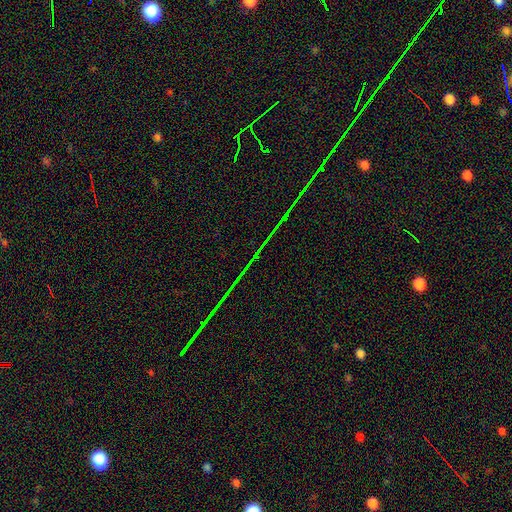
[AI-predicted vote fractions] Morphology: type=star or artifact (82%).